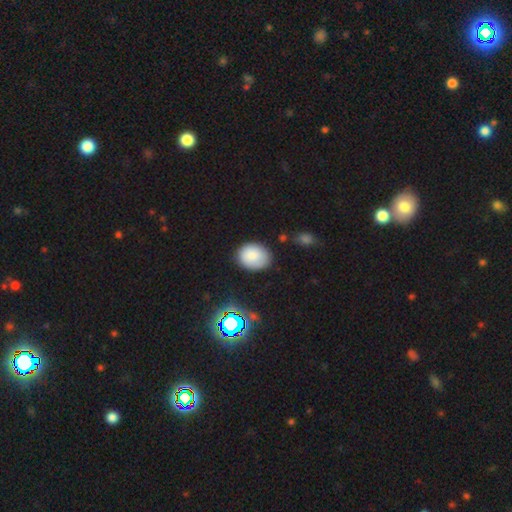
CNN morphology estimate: smooth 83%, star or artifact 10%, featured or disk 7%. Down the decision tree: how rounded — in between (54%); merging — none (78%).